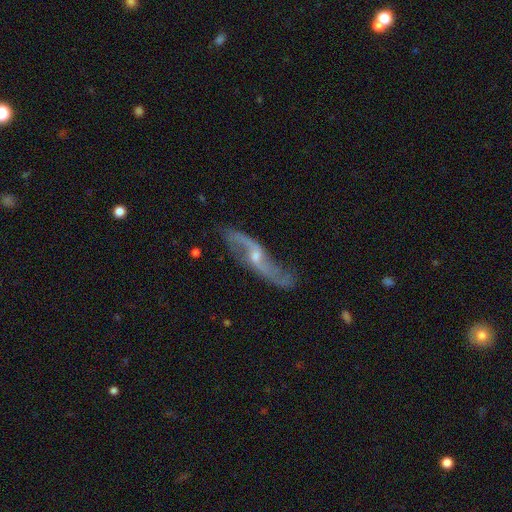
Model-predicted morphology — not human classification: This is clearly a featured or disk galaxy (86%). It is clearly not viewed edge-on (82%). Bar: possibly no (52%). Spiral arm pattern: clearly yes (95%). Spiral arm count: clearly 2 (92%). Spiral winding: likely loose (74%). Central bulge: possibly small (54%). Merging: likely none (78%).